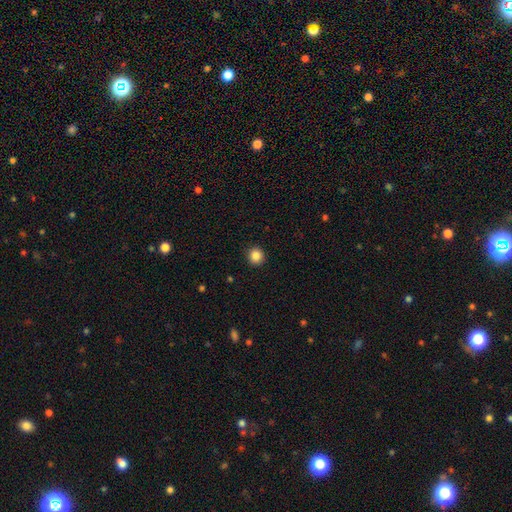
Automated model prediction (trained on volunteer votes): The model was most divided on "smooth or featured": smooth: 86%, star or artifact: 10%, featured or disk: 4%. More confident: merging — none (92%); how rounded — round (91%).